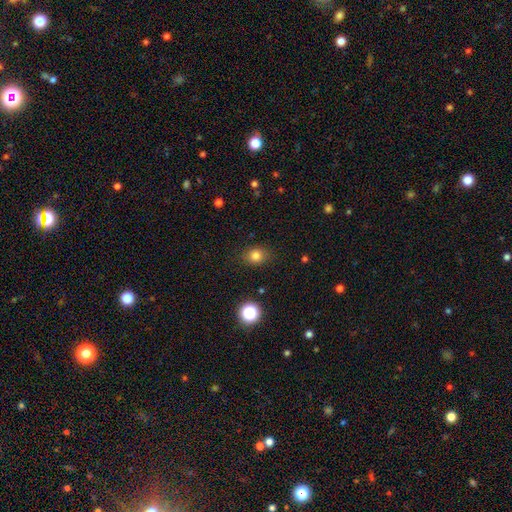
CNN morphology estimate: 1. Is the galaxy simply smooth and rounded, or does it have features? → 80% smooth, 13% star or artifact, 6% featured or disk.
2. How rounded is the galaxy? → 54% round, 45% in between, 1% cigar-shaped.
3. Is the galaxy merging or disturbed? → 84% none, 11% minor disturbance, 3% major disturbance, 1% merger.